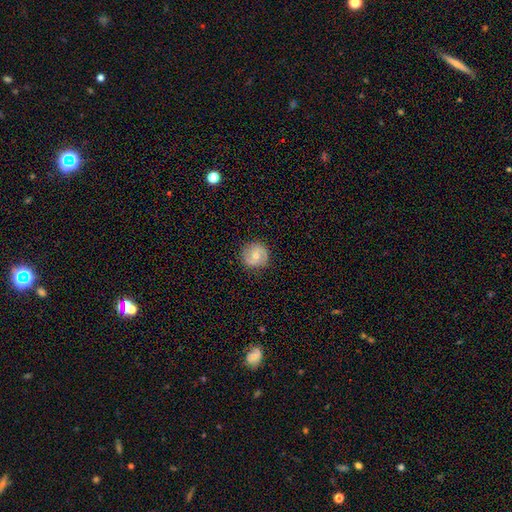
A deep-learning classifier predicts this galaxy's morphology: Overall: featured or disk (47%; smooth 45%). Merging: none (85%).